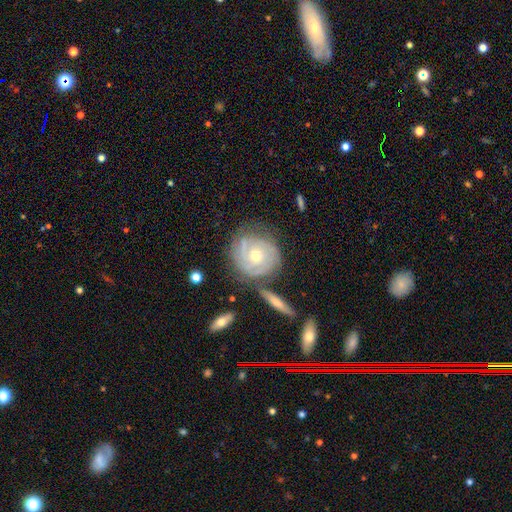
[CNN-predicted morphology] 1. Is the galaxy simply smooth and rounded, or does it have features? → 77% featured or disk, 16% smooth, 7% star or artifact.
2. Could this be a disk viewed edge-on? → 96% no, 4% yes.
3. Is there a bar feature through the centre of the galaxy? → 79% no, 17% weak, 4% strong.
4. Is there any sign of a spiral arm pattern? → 90% yes, 10% no.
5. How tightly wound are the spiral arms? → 73% tight, 21% medium, 6% loose.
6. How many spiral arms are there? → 34% can't tell, 28% 2, 22% 3, 7% 4, 5% 1, 4% more than 4.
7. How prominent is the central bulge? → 50% moderate, 47% small, 2% large, 1% none, 1% dominant.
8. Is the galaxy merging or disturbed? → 69% none, 18% minor disturbance, 7% merger, 7% major disturbance.